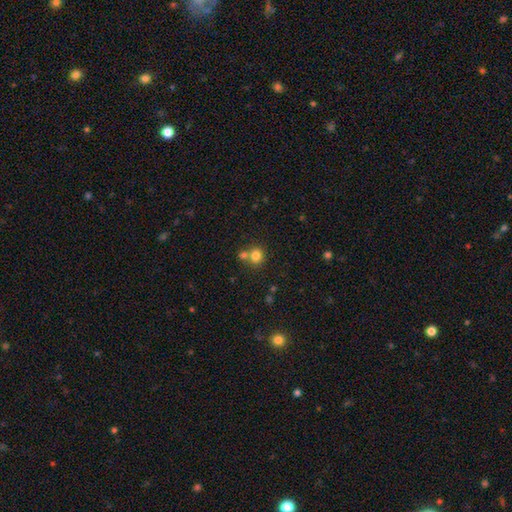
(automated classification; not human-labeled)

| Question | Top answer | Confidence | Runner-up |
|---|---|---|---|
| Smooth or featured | smooth | 80% | star or artifact (12%) |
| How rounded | round | 83% | in between (16%) |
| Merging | none | 56% | merger (33%) |